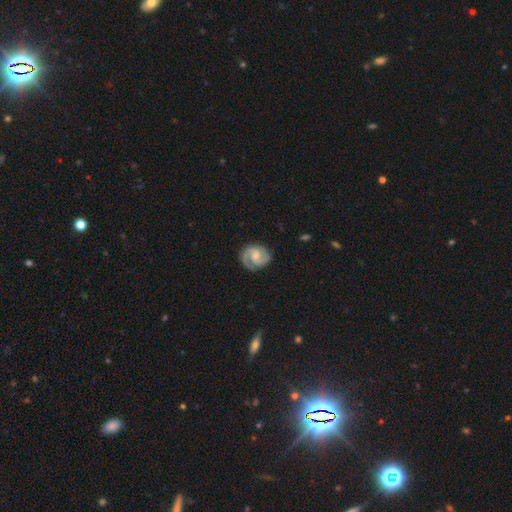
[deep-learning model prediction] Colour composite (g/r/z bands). It shows a featured or disk galaxy (85%) with a weak bar (47%), 2 (87%) tight (46%) spiral arms (97%) and a moderate central bulge (42%). Merging: none (80%).